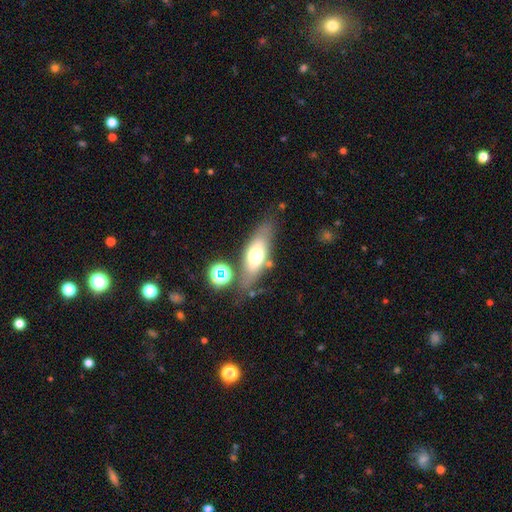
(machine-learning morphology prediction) smooth 56%, featured or disk 35%, star or artifact 9%. Down the decision tree: how rounded — in between (63%); merging — none (72%).